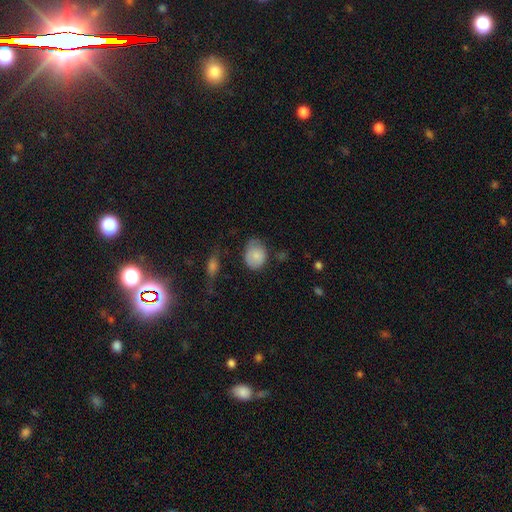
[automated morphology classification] Smooth or featured: smooth — 79% (featured or disk — 14%)
How rounded: in between — 50% (round — 49%)
Merging: none — 50% (minor disturbance — 36%)